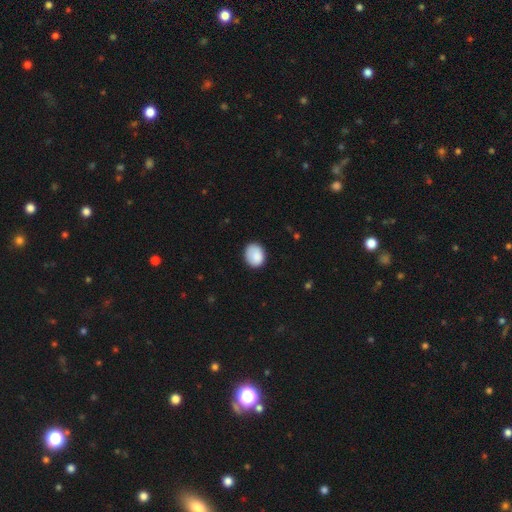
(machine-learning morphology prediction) Smooth or featured?
  - smooth: 87% *
  - star or artifact: 7%
  - featured or disk: 6%
How rounded?
  - round: 50% * (tied)
  - in between: 50% * (tied)
  - cigar-shaped: 1%
Merging?
  - none: 76% *
  - minor disturbance: 19%
  - major disturbance: 4%
  - merger: 1%